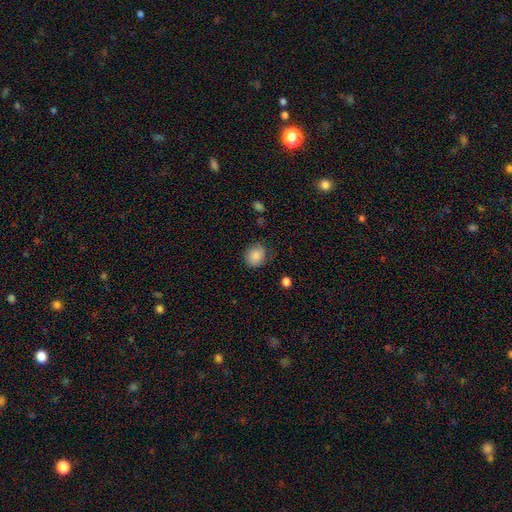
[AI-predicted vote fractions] Morphology: type=smooth (85%); roundness=round (65%); merging=none (75%).